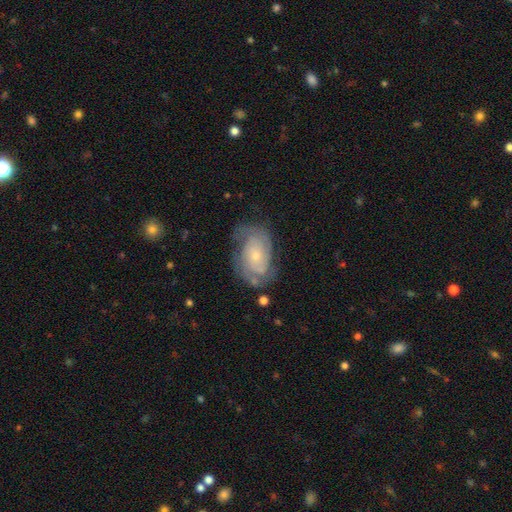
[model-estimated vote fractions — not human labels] A featured or disk galaxy (79%) with no bar (74%), 2 (55%) tight (53%) spiral arms (92%) and a small central bulge (68%). Merging: none (65%).